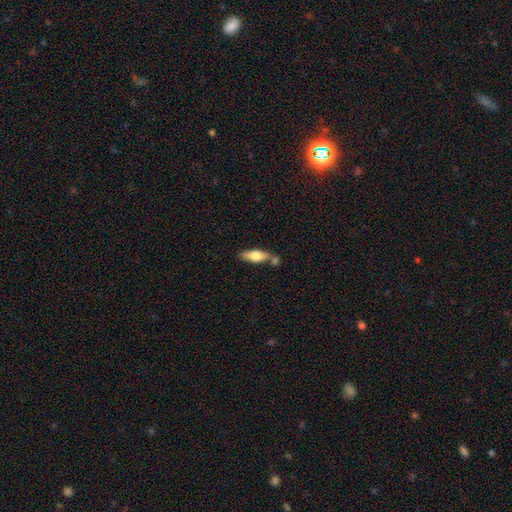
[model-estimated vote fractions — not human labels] Morphology: type=smooth (63%); roundness=in between (59%); merging=none (58%).